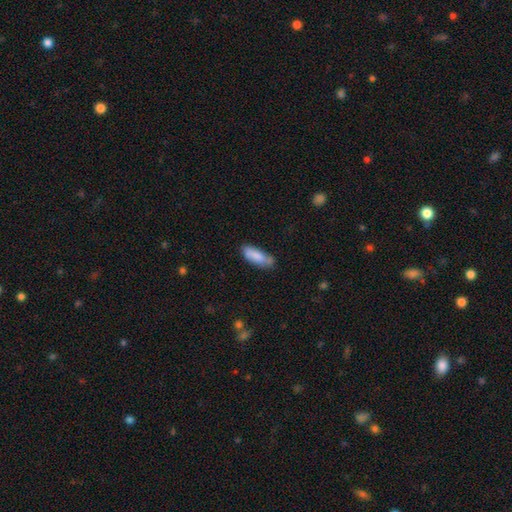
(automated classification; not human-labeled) Smooth or featured?
  - smooth: 82% *
  - featured or disk: 11%
  - star or artifact: 6%
How rounded?
  - in between: 68% *
  - cigar-shaped: 31%
  - round: 2%
Merging?
  - none: 63% *
  - minor disturbance: 27%
  - major disturbance: 6%
  - merger: 4%